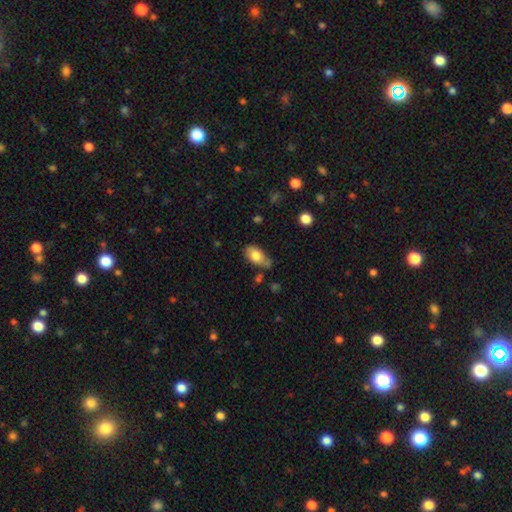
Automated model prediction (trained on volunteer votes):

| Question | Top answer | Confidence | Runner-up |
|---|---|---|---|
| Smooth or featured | smooth | 77% | featured or disk (16%) |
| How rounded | in between | 91% | round (6%) |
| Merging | none | 57% | minor disturbance (30%) |